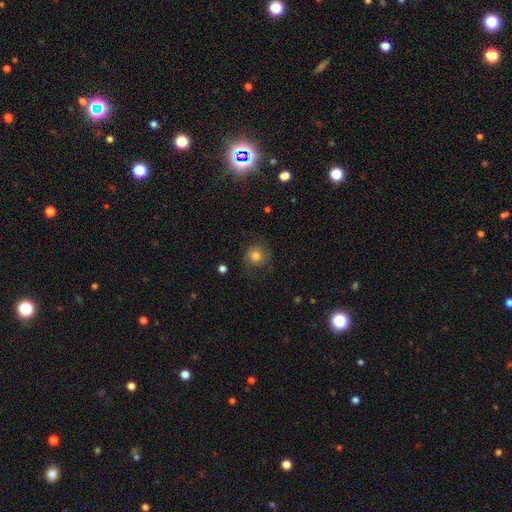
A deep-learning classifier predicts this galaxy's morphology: This is likely a smooth galaxy (64%). How rounded: clearly round (90%). Merging: likely none (73%).